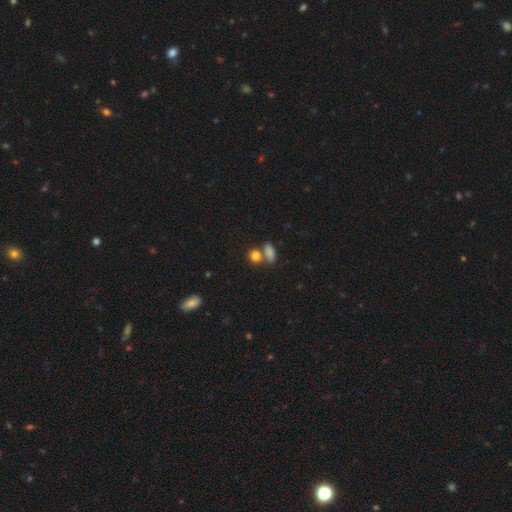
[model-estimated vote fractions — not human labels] Smooth or featured? smooth (83%)
How rounded? round (51%)
Merging? none (51%)